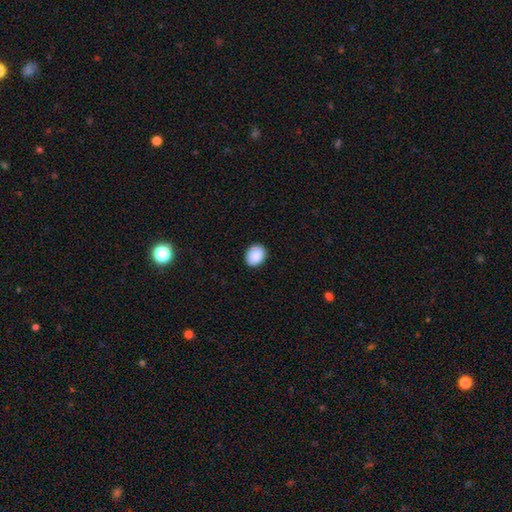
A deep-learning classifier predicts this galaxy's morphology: Smooth or featured: smooth — 87% (star or artifact — 7%)
How rounded: in between — 58% (round — 41%)
Merging: none — 84% (minor disturbance — 13%)